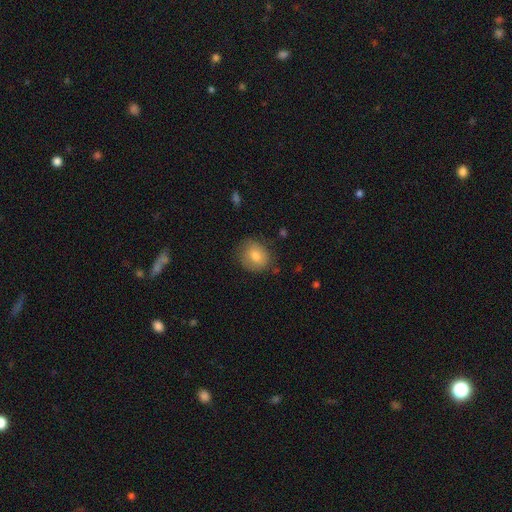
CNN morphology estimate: smooth-or-featured: smooth: 76% | featured or disk: 15% | star or artifact: 9%
  how-rounded: round: 68% | in between: 31% | cigar-shaped: 1%
  merging: none: 78% | minor disturbance: 17% | major disturbance: 4% | merger: 1%